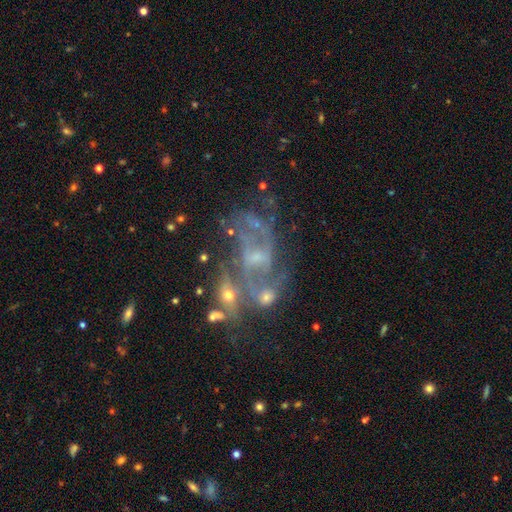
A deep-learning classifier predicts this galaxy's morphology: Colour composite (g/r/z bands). It shows a featured or disk galaxy (75%) with no bar (44%), 2 (54%) medium (45%) spiral arms (74%) and a small central bulge (46%). Merging: merger (38%).